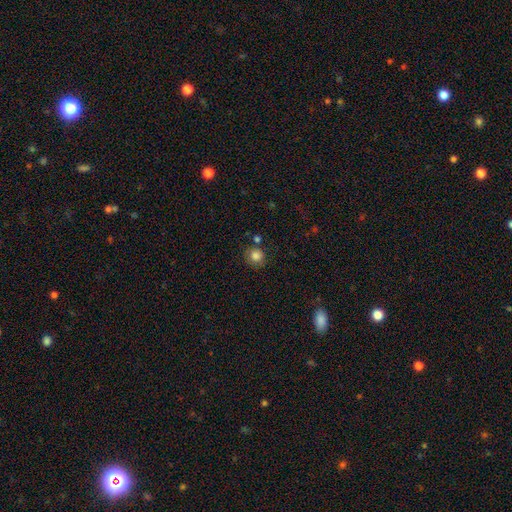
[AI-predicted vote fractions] smooth 84%, star or artifact 11%, featured or disk 6%. Down the decision tree: how rounded — round (88%); merging — none (76%).